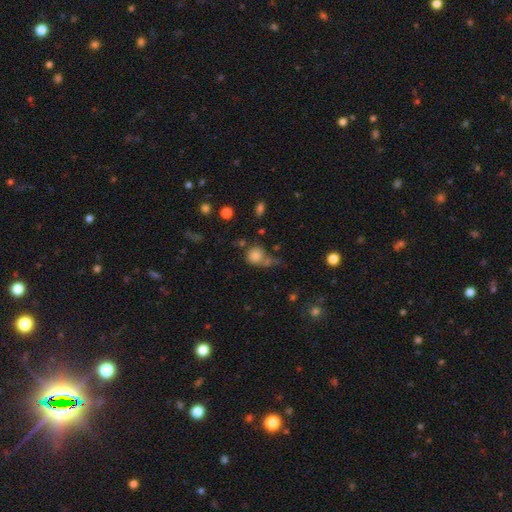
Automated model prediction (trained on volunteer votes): Overall: smooth (80%). How rounded: round (80%). Merging: none (47%; merger 27%).